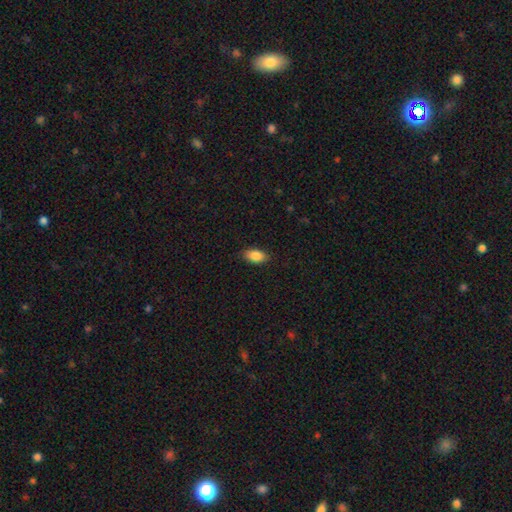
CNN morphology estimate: Smooth or featured: smooth — 86% (star or artifact — 8%)
How rounded: in between — 91% (round — 6%)
Merging: none — 87% (minor disturbance — 10%)